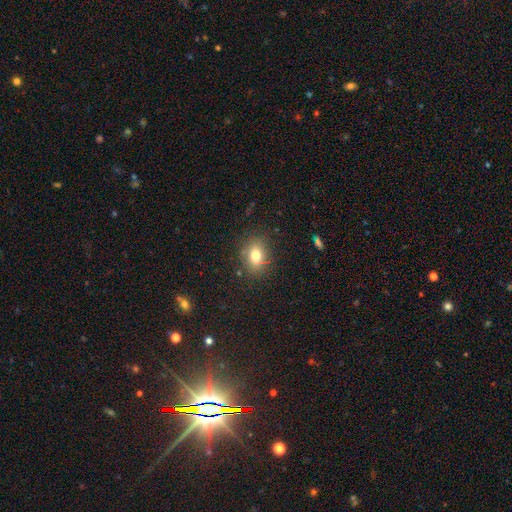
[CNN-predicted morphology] This is likely a smooth galaxy (78%). How rounded: likely in between (66%). Merging: clearly none (83%).